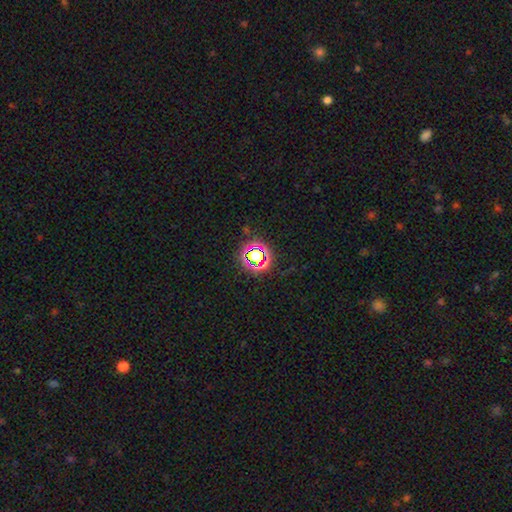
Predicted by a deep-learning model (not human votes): A star or artifact, not a galaxy (63%).

Vote fractions:
- Smooth or featured? star or artifact: 63% / smooth: 25% / featured or disk: 11%